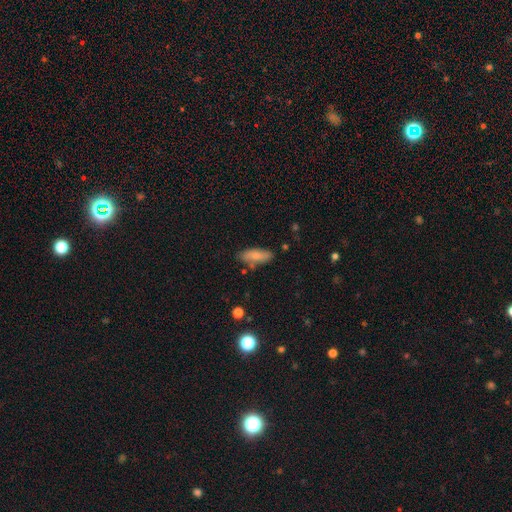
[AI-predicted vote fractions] Smooth or featured: smooth — 76% (featured or disk — 17%)
How rounded: in between — 71% (cigar-shaped — 26%)
Merging: none — 74% (minor disturbance — 18%)